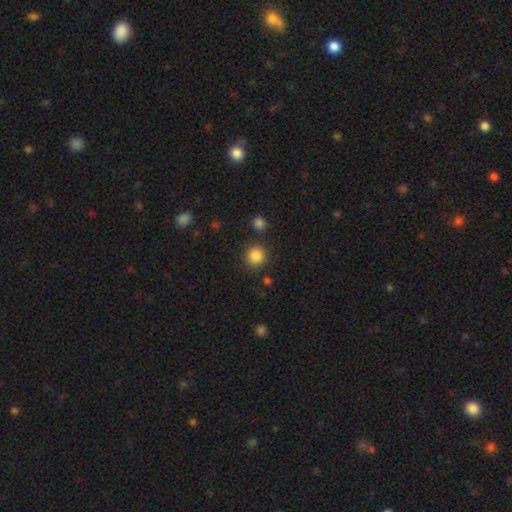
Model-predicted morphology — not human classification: Q: Smooth or featured?
A: smooth (85%); runner-up: star or artifact (11%)
Q: How rounded?
A: round (93%); runner-up: in between (6%)
Q: Merging?
A: none (86%); runner-up: minor disturbance (7%)